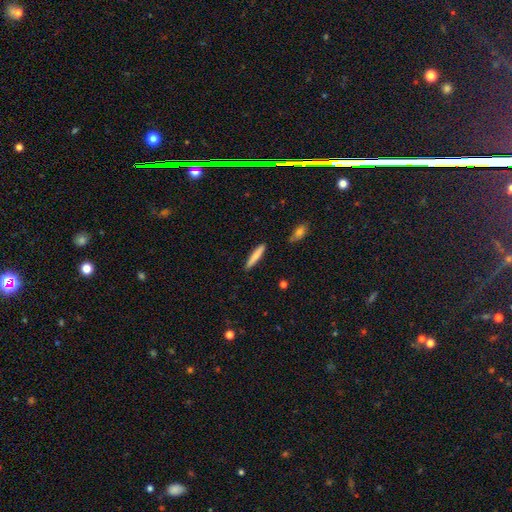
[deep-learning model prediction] Smooth or featured? smooth (75%)
How rounded? cigar-shaped (93%)
Merging? none (89%)